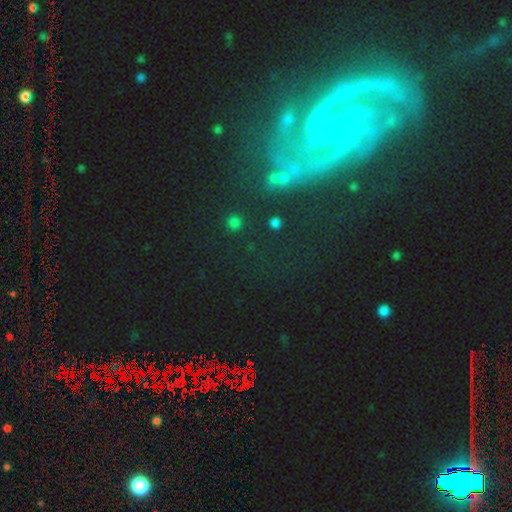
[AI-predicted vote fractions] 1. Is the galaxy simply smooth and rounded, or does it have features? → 70% featured or disk, 20% star or artifact, 10% smooth.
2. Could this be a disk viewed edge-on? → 94% no, 6% yes.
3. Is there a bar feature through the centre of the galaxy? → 60% no, 27% weak, 13% strong.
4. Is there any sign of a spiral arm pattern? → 89% yes, 11% no.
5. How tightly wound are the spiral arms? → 41% tight (tied), 41% medium (tied), 18% loose.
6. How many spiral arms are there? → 58% 2, 12% can't tell, 10% 3, 8% 1, 6% 4, 6% more than 4.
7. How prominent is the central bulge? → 76% small, 15% moderate, 5% none, 2% large, 2% dominant.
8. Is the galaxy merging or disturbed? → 64% none, 17% minor disturbance, 13% major disturbance, 6% merger.